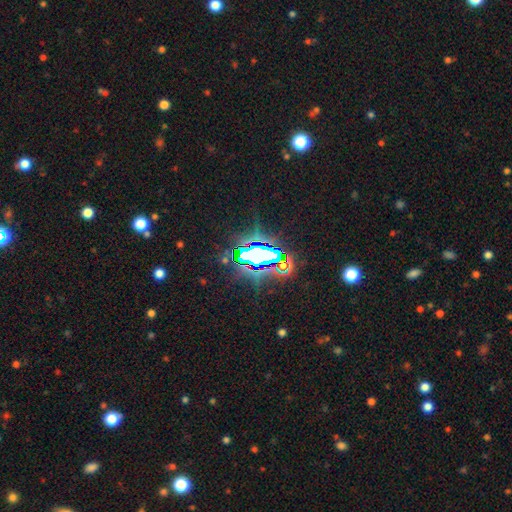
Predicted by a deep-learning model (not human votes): This appears to be a star or artifact, not a galaxy (72%).